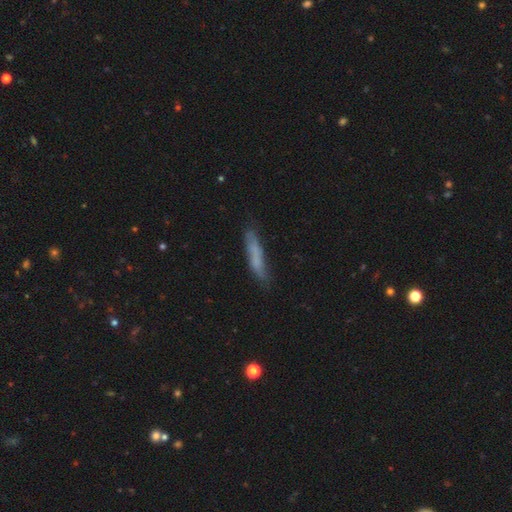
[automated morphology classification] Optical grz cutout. It shows a smooth galaxy with no disk features (62%) that is cigar-shaped (86%). Merging: none (71%).